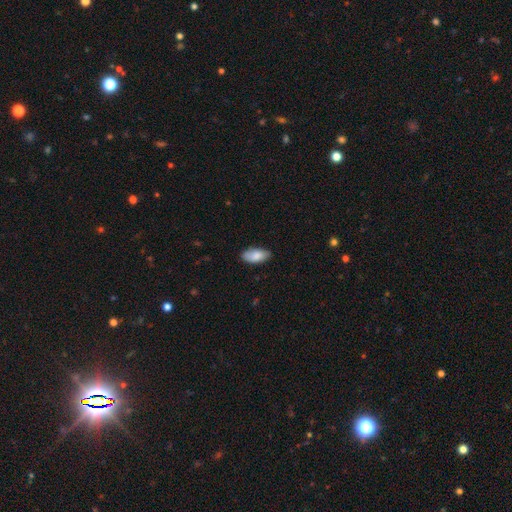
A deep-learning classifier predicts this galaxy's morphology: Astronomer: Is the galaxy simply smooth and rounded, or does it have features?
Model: smooth — 84%.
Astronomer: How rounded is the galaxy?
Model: in between — 92%.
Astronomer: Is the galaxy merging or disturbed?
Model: none — 80%.